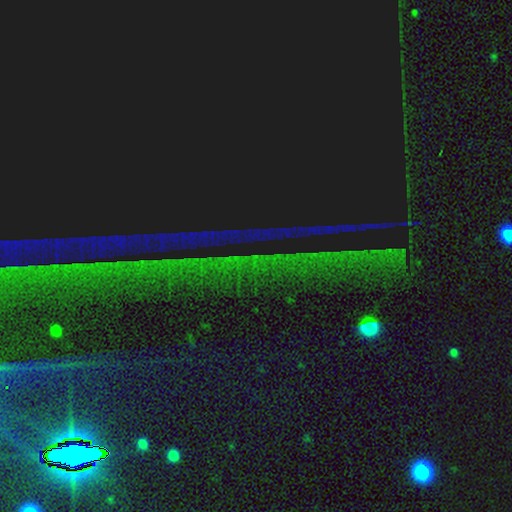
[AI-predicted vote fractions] This appears to be a star or artifact, not a galaxy (88%).